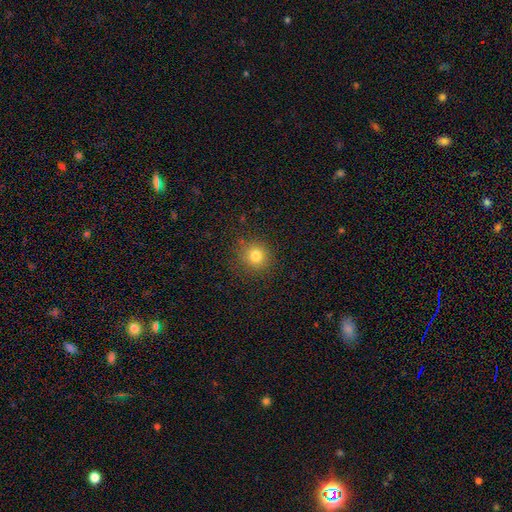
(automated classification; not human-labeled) Smooth or featured? Predicted: smooth (p=0.79). How rounded? Predicted: round (p=0.91). Merging? Predicted: none (p=0.88).